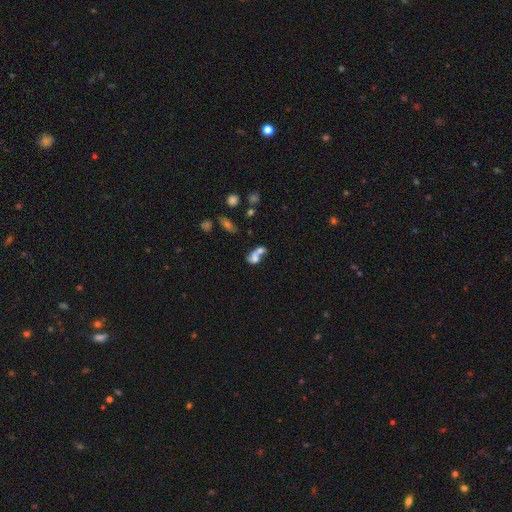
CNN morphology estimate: A smooth galaxy with no disk features (60%) that is in between round and cigar-shaped (67%). Merging: merger (69%).